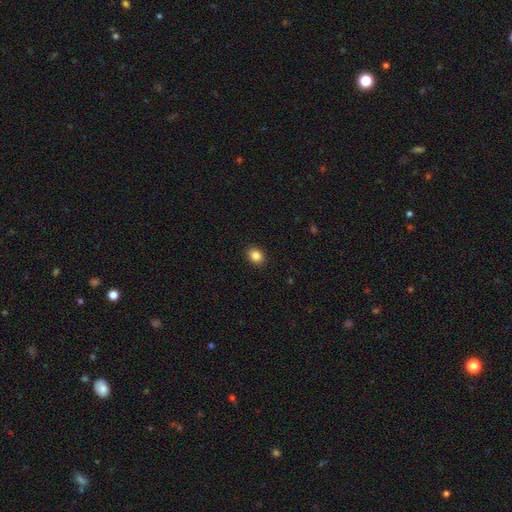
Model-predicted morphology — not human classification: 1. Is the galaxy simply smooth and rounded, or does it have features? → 86% smooth, 10% star or artifact, 4% featured or disk.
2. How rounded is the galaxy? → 50% in between, 49% round, 1% cigar-shaped.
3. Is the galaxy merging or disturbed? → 91% none, 7% minor disturbance, 2% major disturbance, 1% merger.